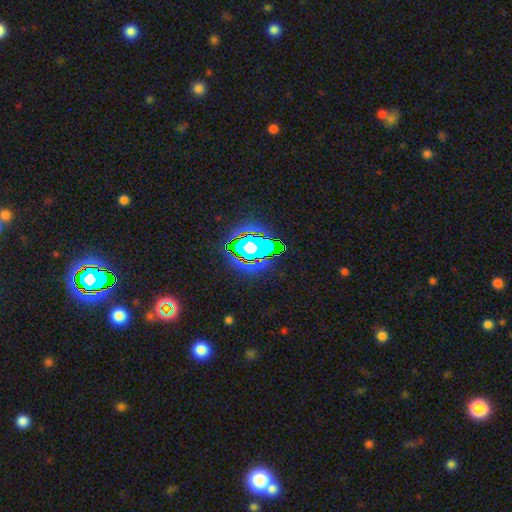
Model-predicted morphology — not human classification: smooth-or-featured: star or artifact: 81% | smooth: 11% | featured or disk: 8%